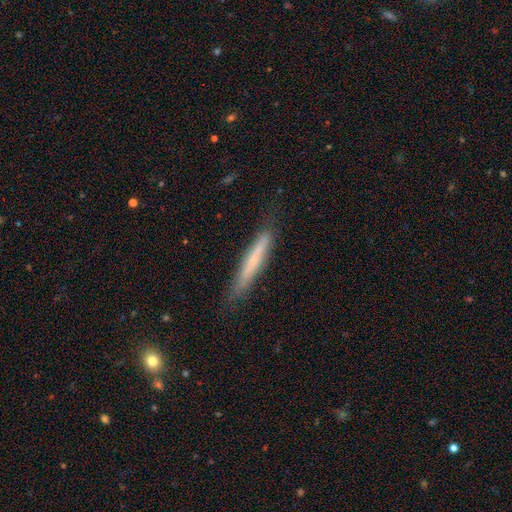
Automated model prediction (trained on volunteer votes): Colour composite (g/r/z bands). It shows a smooth galaxy with no disk features (59%) that is cigar-shaped (95%). Merging: none (82%).